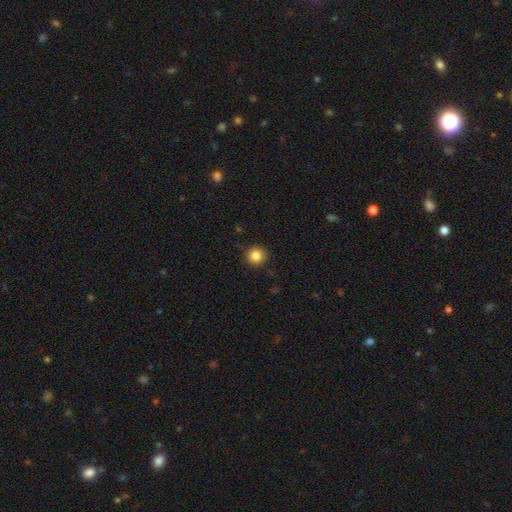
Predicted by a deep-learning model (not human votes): A smooth galaxy with no disk features (85%) that is round (94%).

Vote fractions:
- Smooth or featured? smooth: 85% / star or artifact: 11% / featured or disk: 5%
- How rounded? round: 94% / in between: 5% / cigar-shaped: 1%
- Merging? none: 90% / minor disturbance: 7% / major disturbance: 2% / merger: 1%